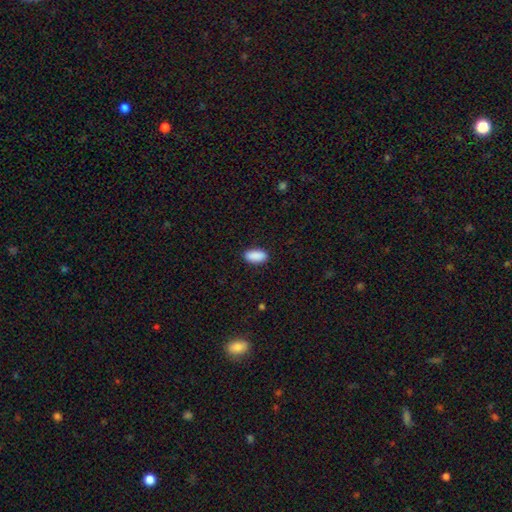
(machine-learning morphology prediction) type=smooth (91%); roundness=in between (92%); merging=none (90%).